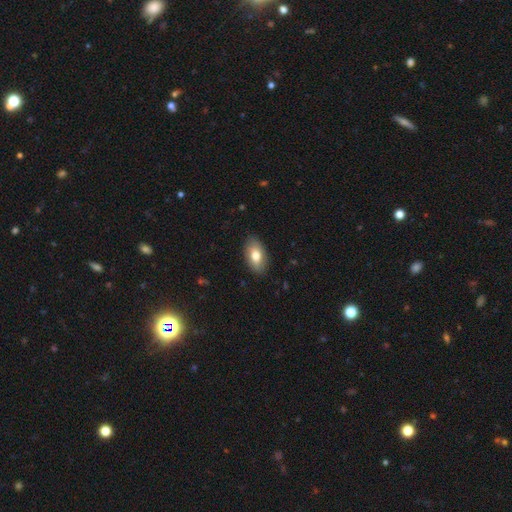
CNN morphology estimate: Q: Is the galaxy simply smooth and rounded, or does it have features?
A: smooth — 75%.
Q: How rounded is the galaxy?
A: in between — 93%.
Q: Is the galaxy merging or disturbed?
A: none — 86%.